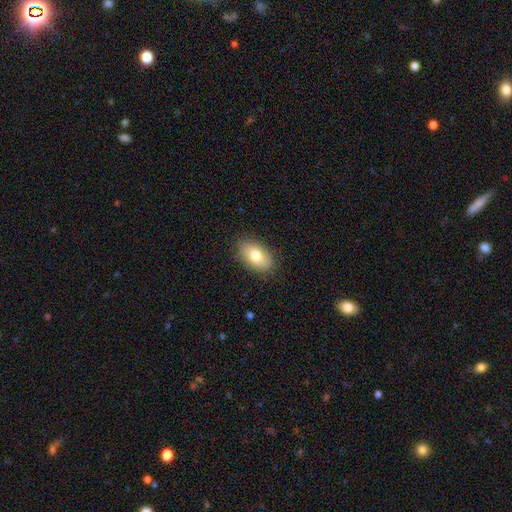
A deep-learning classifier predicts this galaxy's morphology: This appears to be a smooth galaxy with no disk features (77%) that is in between round and cigar-shaped (91%). Merging: none (85%).